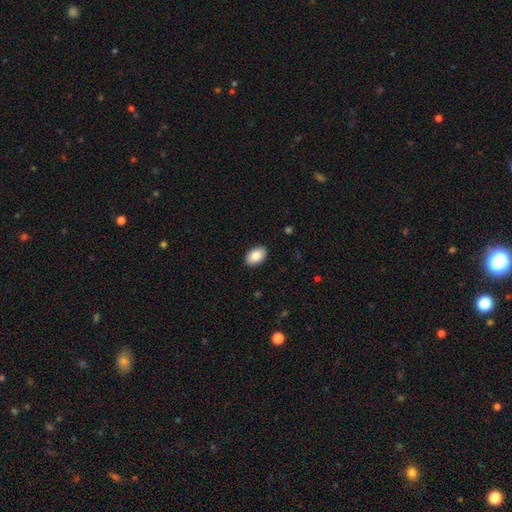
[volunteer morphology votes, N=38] This is clearly a smooth galaxy (89%). How rounded: clearly in between (85%). Merging: clearly none (91%).